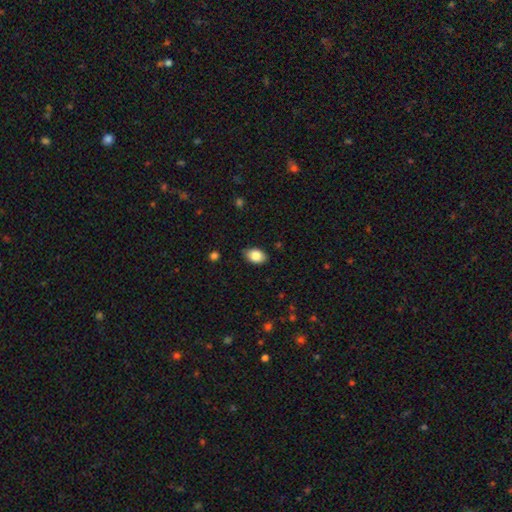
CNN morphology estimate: This is clearly a smooth galaxy (85%). How rounded: clearly in between (85%). Merging: clearly none (82%).